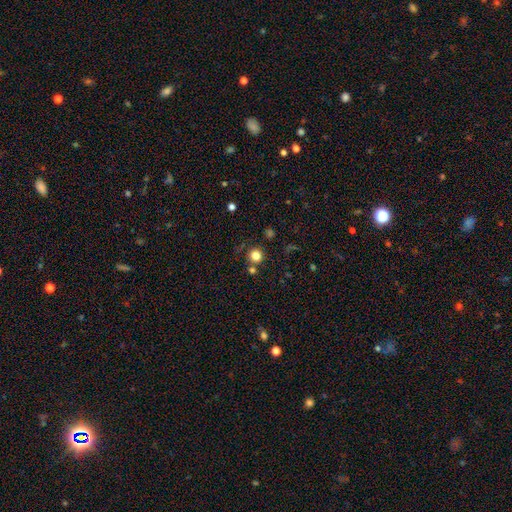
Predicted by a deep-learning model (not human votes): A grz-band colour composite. It shows a smooth galaxy with no disk features (80%) that is round (94%). Merging: none (81%).